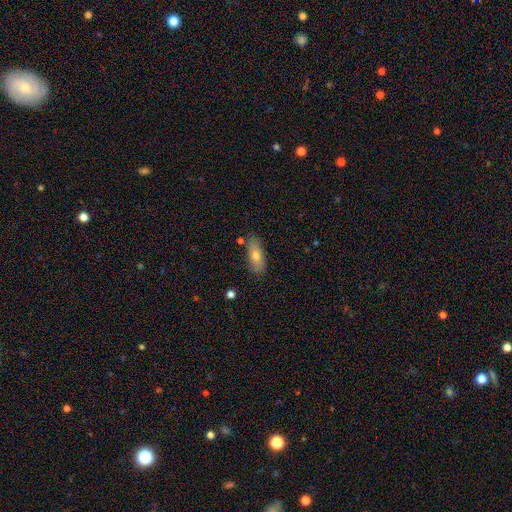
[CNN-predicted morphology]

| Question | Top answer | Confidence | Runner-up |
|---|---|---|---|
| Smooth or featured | smooth | 71% | featured or disk (21%) |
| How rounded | in between | 73% | cigar-shaped (24%) |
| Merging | none | 81% | minor disturbance (13%) |